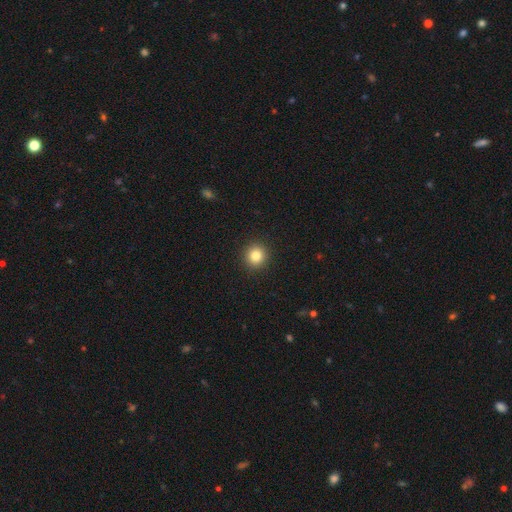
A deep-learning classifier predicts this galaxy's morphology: A smooth galaxy with no disk features (83%) that is round (93%). Merging: none (93%).